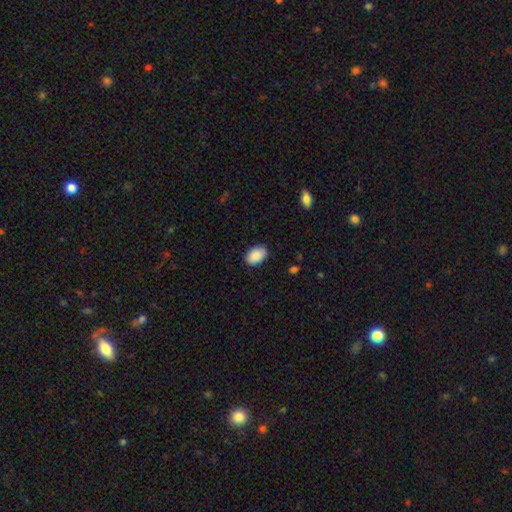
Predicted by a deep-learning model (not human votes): Smooth or featured?
  - smooth: 90% *
  - star or artifact: 7%
  - featured or disk: 3%
How rounded?
  - in between: 87% *
  - round: 12%
  - cigar-shaped: 1%
Merging?
  - none: 84% *
  - minor disturbance: 13%
  - major disturbance: 2%
  - merger: 1%